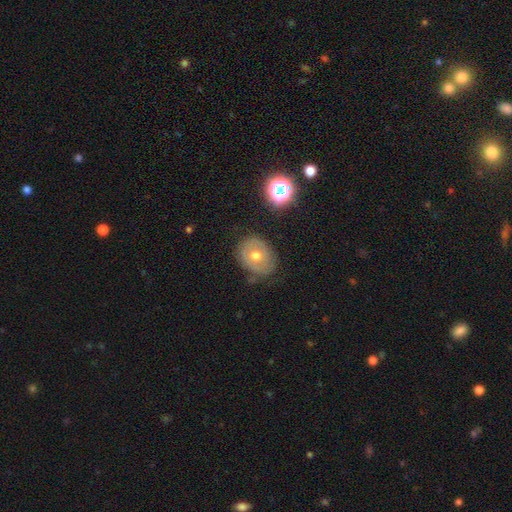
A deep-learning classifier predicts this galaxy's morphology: Smooth or featured: smooth — 48% (featured or disk — 40%)
Merging: none — 75% (minor disturbance — 18%)